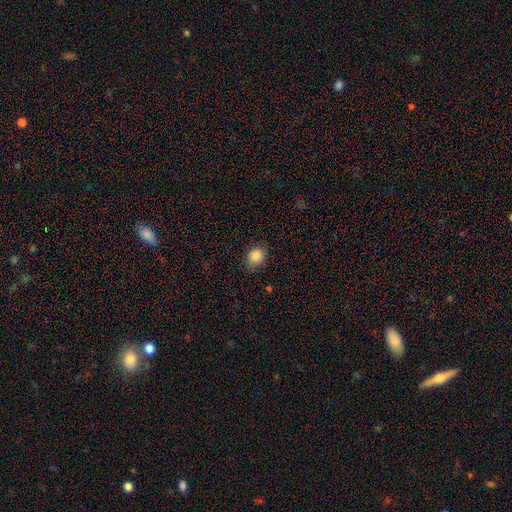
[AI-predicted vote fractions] A smooth galaxy with no disk features (86%) that is round (56%).

Vote fractions:
- Smooth or featured? smooth: 86% / star or artifact: 10% / featured or disk: 4%
- How rounded? round: 56% / in between: 43% / cigar-shaped: 1%
- Merging? none: 82% / minor disturbance: 14% / major disturbance: 3% / merger: 1%